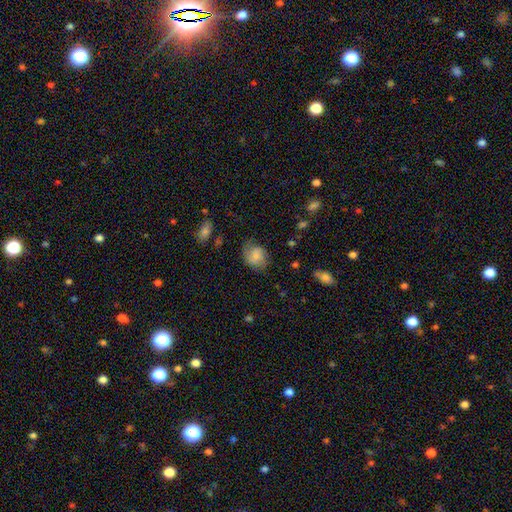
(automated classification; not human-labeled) Smooth or featured? Predicted: smooth (p=0.68). How rounded? Predicted: round (p=0.55). Merging? Predicted: none (p=0.57).